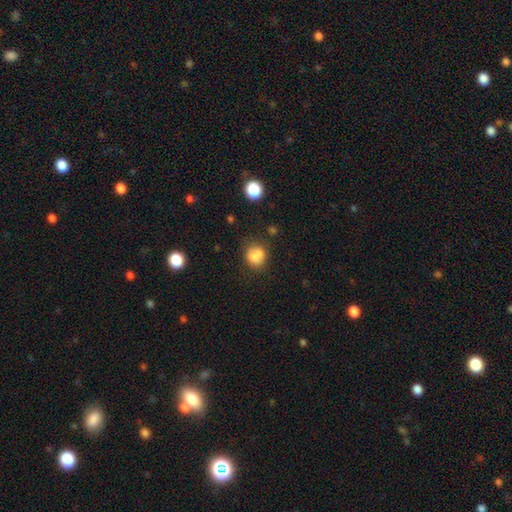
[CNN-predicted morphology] Smooth or featured? Predicted: smooth (p=0.78). How rounded? Predicted: round (p=0.74). Merging? Predicted: none (p=0.56).